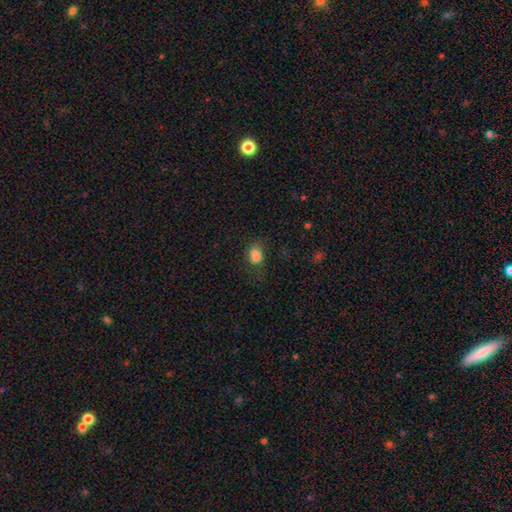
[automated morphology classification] Overall: smooth (75%). How rounded: in between (64%; round 34%). Merging: none (45%; minor disturbance 26%).